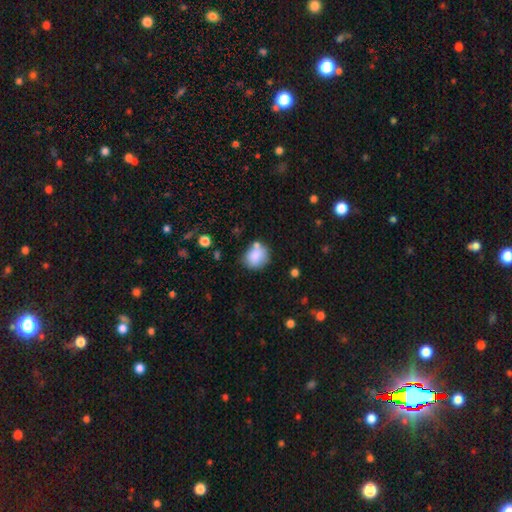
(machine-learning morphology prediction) A smooth galaxy with no disk features (84%) that is round (70%). Merging: none (63%).